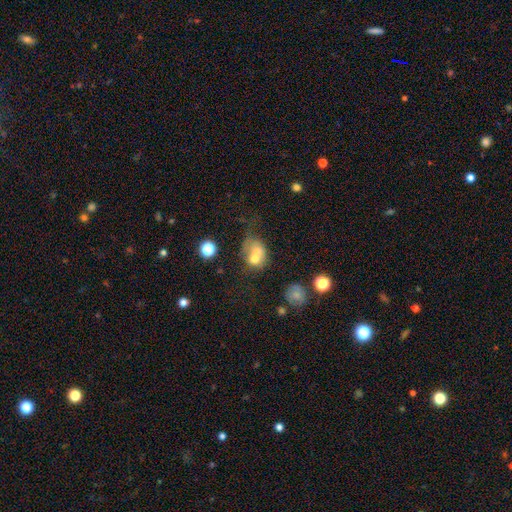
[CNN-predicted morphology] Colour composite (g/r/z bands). It shows a smooth galaxy with no disk features (62%) that is round (53%). Merging: merger (64%).